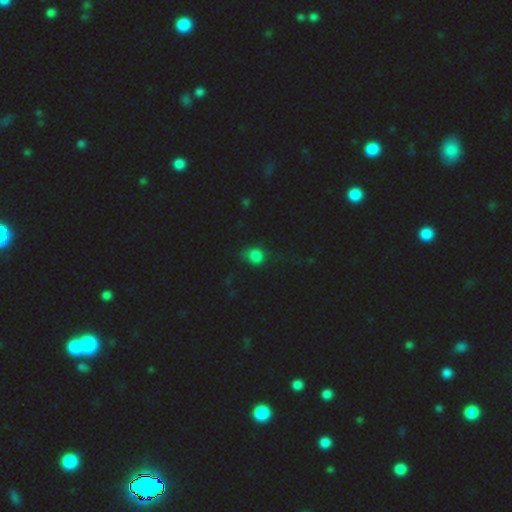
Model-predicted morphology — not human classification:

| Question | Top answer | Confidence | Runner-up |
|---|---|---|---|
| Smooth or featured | smooth | 72% | star or artifact (20%) |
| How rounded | round | 66% | in between (32%) |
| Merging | none | 64% | minor disturbance (23%) |